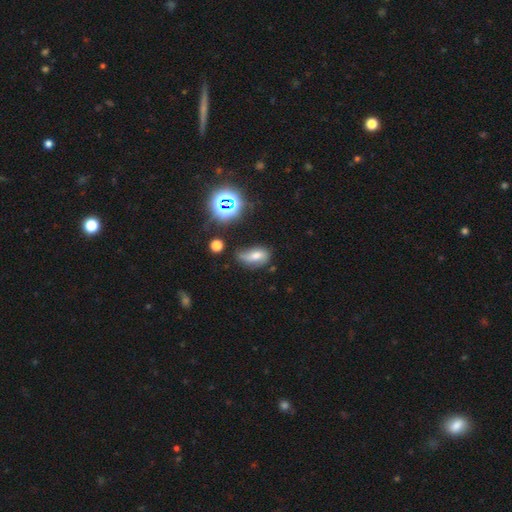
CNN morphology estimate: This appears to be a smooth galaxy with no disk features (55%) that is in between round and cigar-shaped (85%). Merging: none (43%).